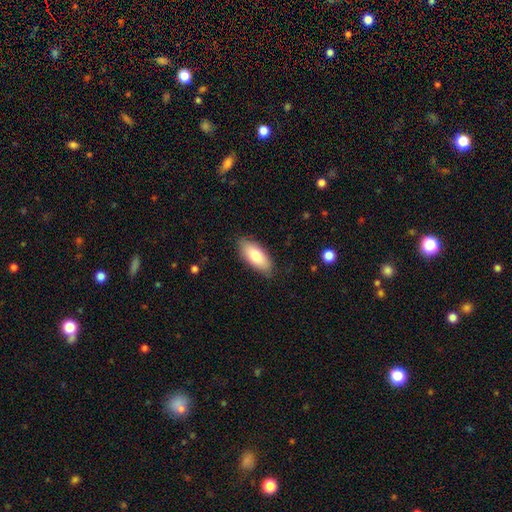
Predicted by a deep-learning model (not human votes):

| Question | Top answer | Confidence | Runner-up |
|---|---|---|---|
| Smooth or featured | smooth | 79% | featured or disk (14%) |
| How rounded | in between | 85% | cigar-shaped (13%) |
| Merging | none | 84% | minor disturbance (13%) |